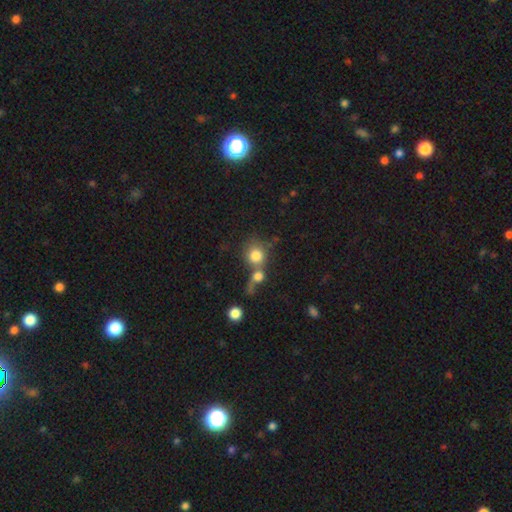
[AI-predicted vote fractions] Morphology: type=smooth (79%); roundness=round (84%); merging=merger (49%).